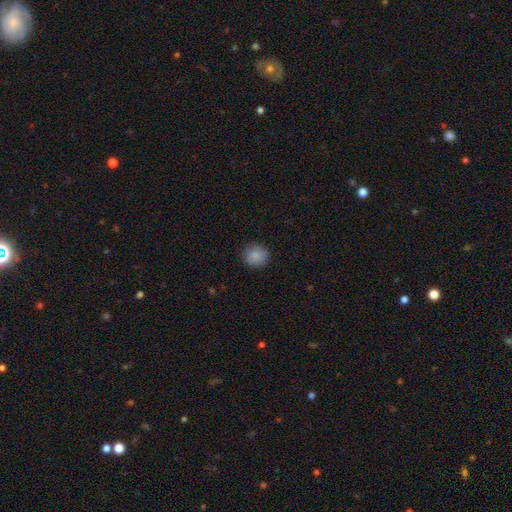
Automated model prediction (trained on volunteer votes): Smooth or featured?
  - smooth: 88% *
  - star or artifact: 8%
  - featured or disk: 4%
How rounded?
  - round: 88% *
  - in between: 11%
  - cigar-shaped: 1%
Merging?
  - none: 89% *
  - minor disturbance: 8%
  - major disturbance: 2%
  - merger: 1%